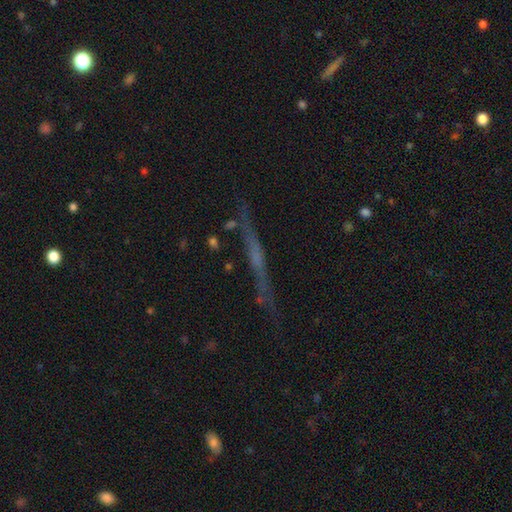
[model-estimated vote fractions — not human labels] Q: Smooth or featured?
A: featured or disk (62%); runner-up: smooth (25%)
Q: Edge-on disk?
A: yes (93%); runner-up: no (7%)
Q: Edge-on bulge?
A: none (64%); runner-up: rounded (24%)
Q: Merging?
A: none (80%); runner-up: minor disturbance (13%)